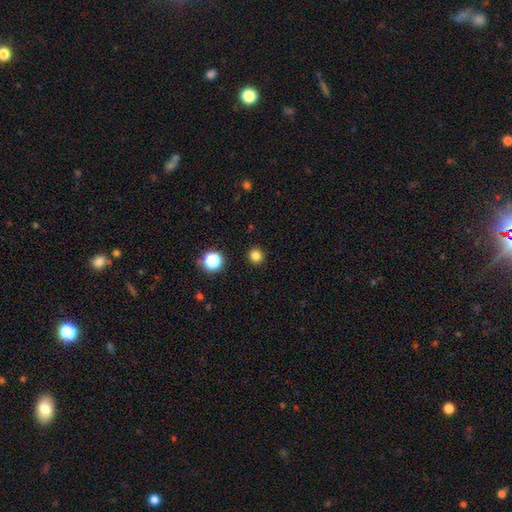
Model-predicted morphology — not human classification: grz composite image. It shows a smooth galaxy with no disk features (81%) that is round (94%). Merging: none (92%).